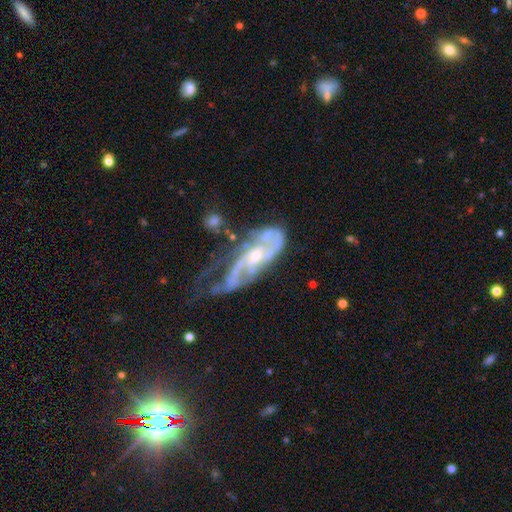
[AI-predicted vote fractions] The model was most divided on "merging": major disturbance: 35%, none: 30%, minor disturbance: 27%, merger: 9%. Remaining: edge-on disk — no (90%); spiral arms — yes (90%); smooth or featured — featured or disk (84%); bar — no (55%); spiral arm count — 2 (51%); bulge size — moderate (50%); spiral winding — medium (43%).